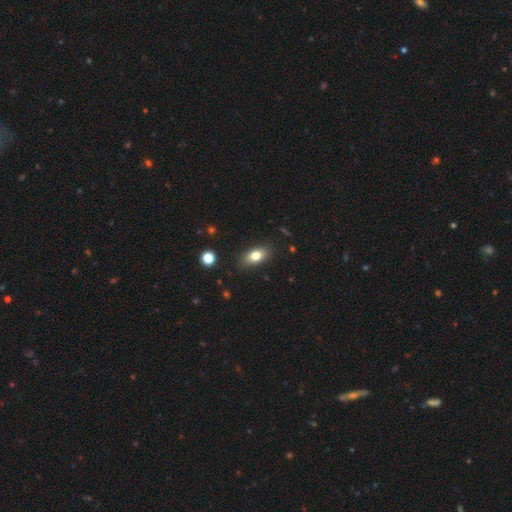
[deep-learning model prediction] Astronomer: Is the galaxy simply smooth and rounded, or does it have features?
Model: smooth — 78%.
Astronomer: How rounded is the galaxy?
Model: in between — 84%.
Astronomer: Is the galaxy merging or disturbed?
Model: none — 84%.